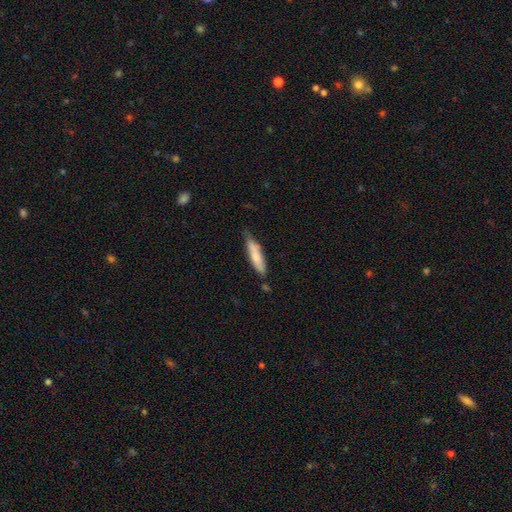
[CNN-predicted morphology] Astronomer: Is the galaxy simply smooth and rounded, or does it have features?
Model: smooth — 75%.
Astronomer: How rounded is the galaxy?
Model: cigar-shaped — 81%.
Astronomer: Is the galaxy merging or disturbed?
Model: none — 65%.